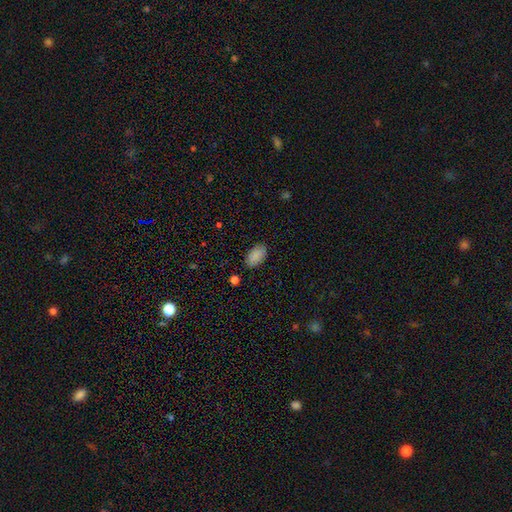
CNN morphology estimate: smooth 89%, star or artifact 7%, featured or disk 4%. Down the decision tree: how rounded — in between (94%); merging — none (86%).